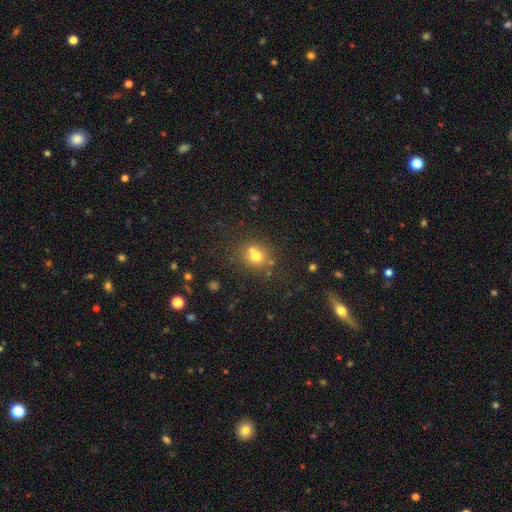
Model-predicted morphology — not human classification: A smooth galaxy with no disk features (67%) that is round (80%). Merging: none (53%).